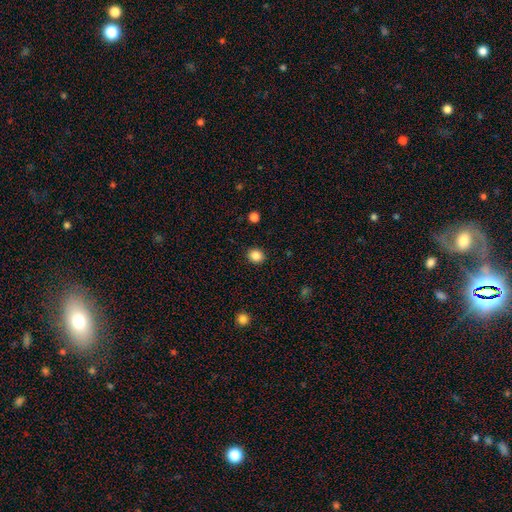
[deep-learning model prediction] This appears to be a smooth galaxy with no disk features (86%) that is round (73%). Merging: none (90%).